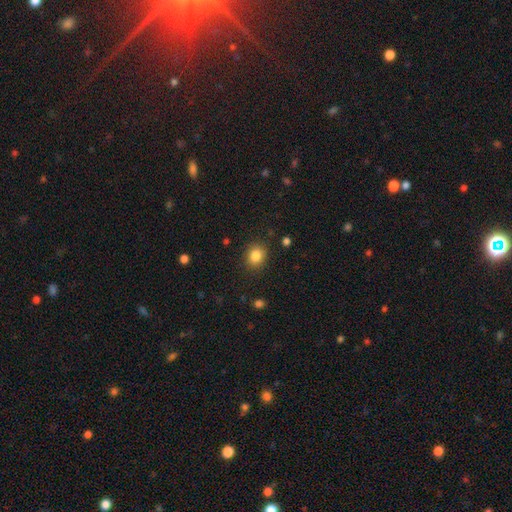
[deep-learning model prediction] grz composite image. It shows a smooth galaxy with no disk features (84%) that is round (66%). Merging: none (85%).